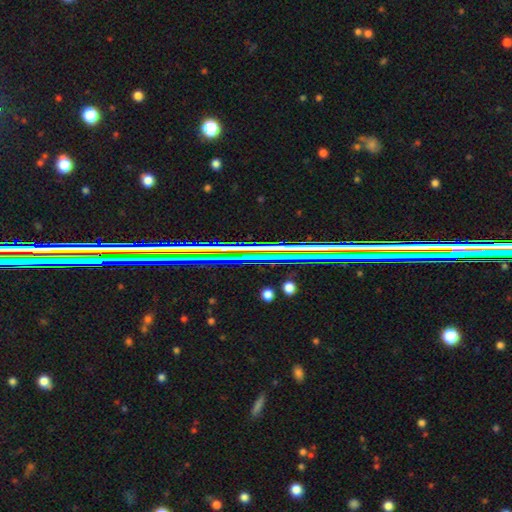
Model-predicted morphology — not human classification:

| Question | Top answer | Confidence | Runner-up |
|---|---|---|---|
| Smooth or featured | star or artifact | 66% | featured or disk (22%) |